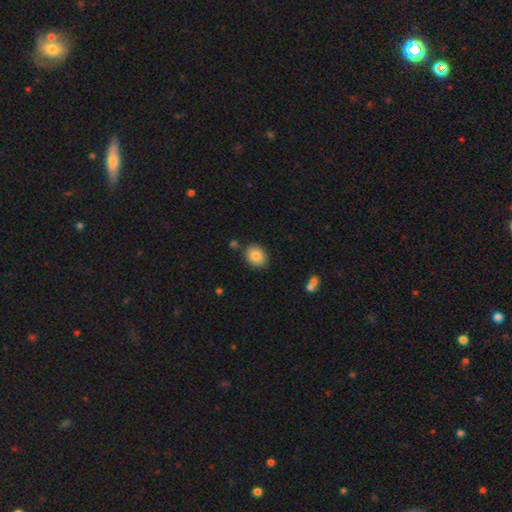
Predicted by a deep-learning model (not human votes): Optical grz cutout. It shows a smooth galaxy with no disk features (85%) that is round (51%). Merging: none (84%).